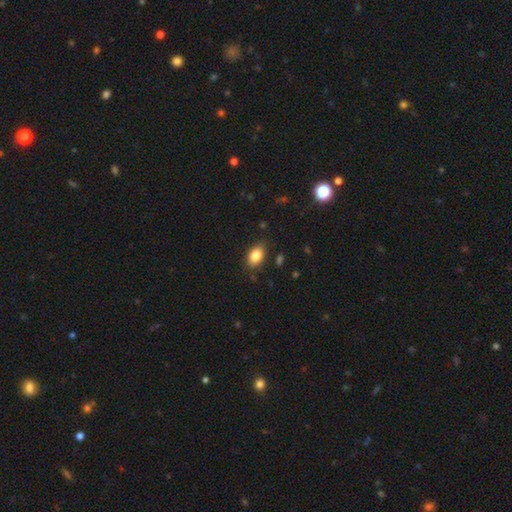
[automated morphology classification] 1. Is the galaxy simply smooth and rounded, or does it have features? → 83% smooth, 9% star or artifact, 8% featured or disk.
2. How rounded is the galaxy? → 87% in between, 11% round, 2% cigar-shaped.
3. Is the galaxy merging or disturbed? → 83% none, 12% minor disturbance, 3% major disturbance, 2% merger.